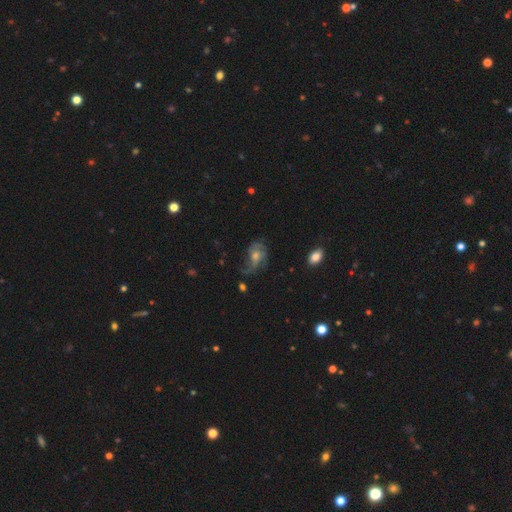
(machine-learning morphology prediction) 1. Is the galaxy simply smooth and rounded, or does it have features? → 68% featured or disk, 19% smooth, 12% star or artifact.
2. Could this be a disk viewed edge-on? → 96% no, 4% yes.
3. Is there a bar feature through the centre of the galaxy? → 68% no, 27% weak, 5% strong.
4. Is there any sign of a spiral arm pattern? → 86% yes, 14% no.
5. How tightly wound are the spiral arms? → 41% medium, 37% loose, 22% tight.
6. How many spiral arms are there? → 36% 2, 23% can't tell, 18% 3, 14% 1, 5% 4, 4% more than 4.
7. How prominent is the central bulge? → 58% moderate, 32% small, 6% large, 3% none, 1% dominant.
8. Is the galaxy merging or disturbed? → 50% none, 24% minor disturbance, 23% major disturbance, 3% merger.